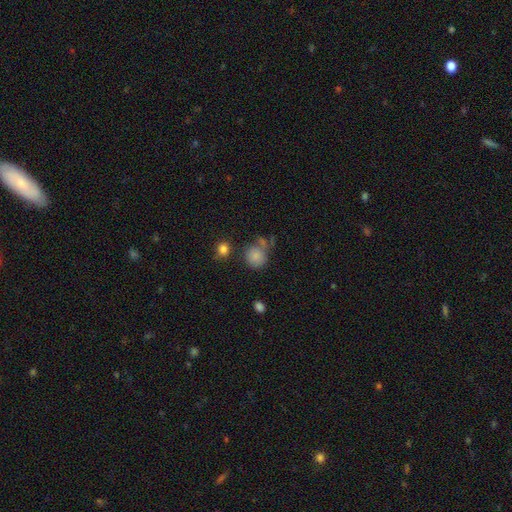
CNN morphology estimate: Overall: smooth (81%). How rounded: round (79%). Merging: none (54%; merger 19%).